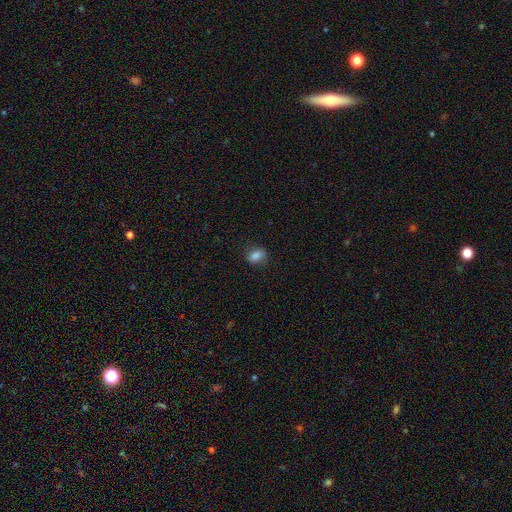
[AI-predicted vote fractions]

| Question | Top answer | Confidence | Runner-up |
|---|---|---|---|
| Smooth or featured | smooth | 84% | star or artifact (10%) |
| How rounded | in between | 64% | round (34%) |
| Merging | none | 80% | minor disturbance (15%) |